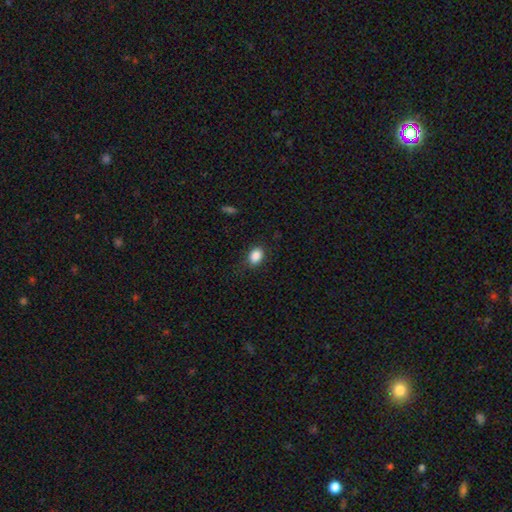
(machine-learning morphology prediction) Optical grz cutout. It shows a smooth galaxy with no disk features (87%) that is in between round and cigar-shaped (71%). Merging: none (80%).